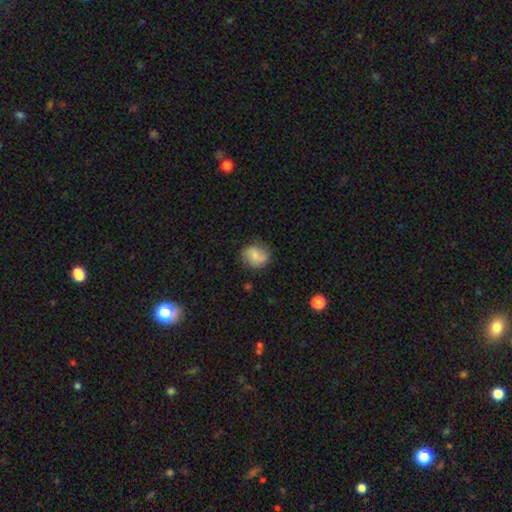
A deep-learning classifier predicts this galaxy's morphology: Overall: smooth (61%; featured or disk 31%). How rounded: round (71%). Merging: none (73%).